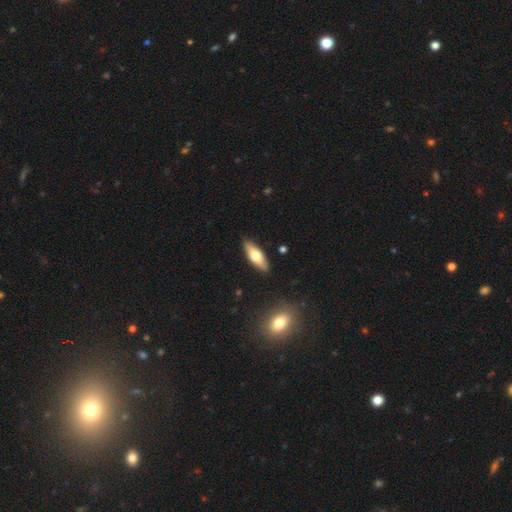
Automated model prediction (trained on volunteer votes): A smooth galaxy with no disk features (58%) that is in between round and cigar-shaped (52%).

Vote fractions:
- Smooth or featured? smooth: 58% / featured or disk: 36% / star or artifact: 6%
- How rounded? in between: 52% / cigar-shaped: 46% / round: 2%
- Merging? none: 88% / minor disturbance: 8% / major disturbance: 2% / merger: 2%